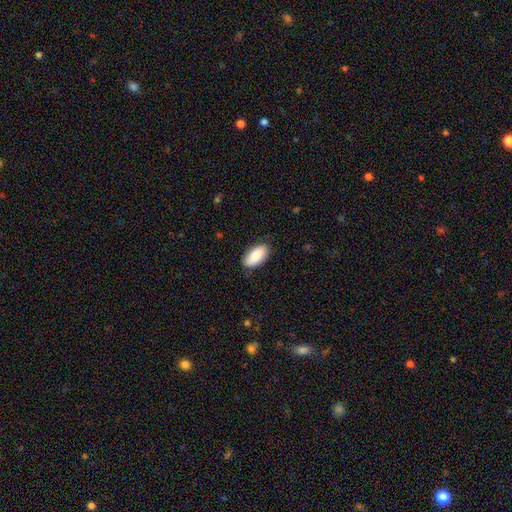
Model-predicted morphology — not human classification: Smooth or featured?
  - smooth: 88% *
  - featured or disk: 7%
  - star or artifact: 6%
How rounded?
  - in between: 94% *
  - cigar-shaped: 4%
  - round: 2%
Merging?
  - none: 83% *
  - minor disturbance: 13%
  - major disturbance: 2%
  - merger: 1%